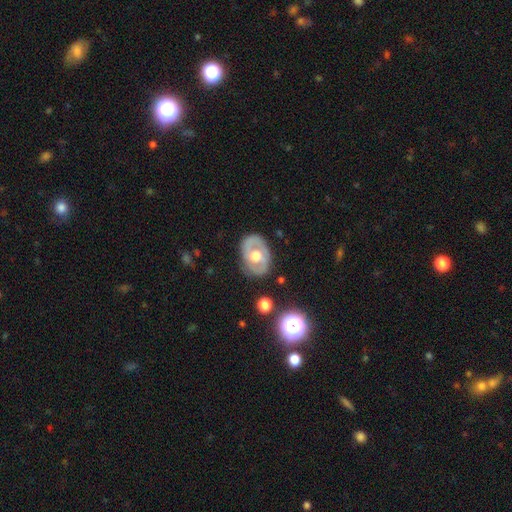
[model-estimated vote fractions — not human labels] Smooth or featured?
  - featured or disk: 62% *
  - smooth: 32%
  - star or artifact: 6%
Edge-on disk?
  - no: 93% *
  - yes: 7%
Bar?
  - no: 73% *
  - weak: 21%
  - strong: 6%
Spiral arms?
  - no: 62% *
  - yes: 38%
Bulge size?
  - moderate: 64% *
  - large: 29%
  - small: 4%
  - dominant: 2%
  - none: 1%
Merging?
  - none: 77% *
  - minor disturbance: 16%
  - major disturbance: 5%
  - merger: 2%